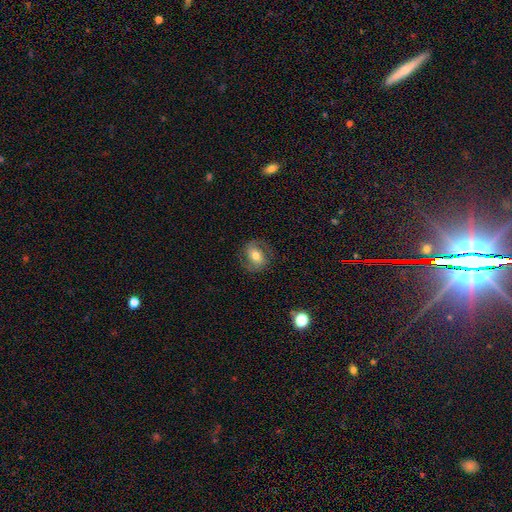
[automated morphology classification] smooth-or-featured: featured or disk: 59% | smooth: 32% | star or artifact: 9%
  disk-edge-on: no: 96% | yes: 4%
    bar: no: 43% | weak: 36% | strong: 22%
    has-spiral-arms: yes: 82% | no: 18%
    bulge-size: moderate: 68% | small: 17% | large: 12% | dominant: 2% | none: 1%
  merging: none: 78% | minor disturbance: 13% | major disturbance: 7% | merger: 1%